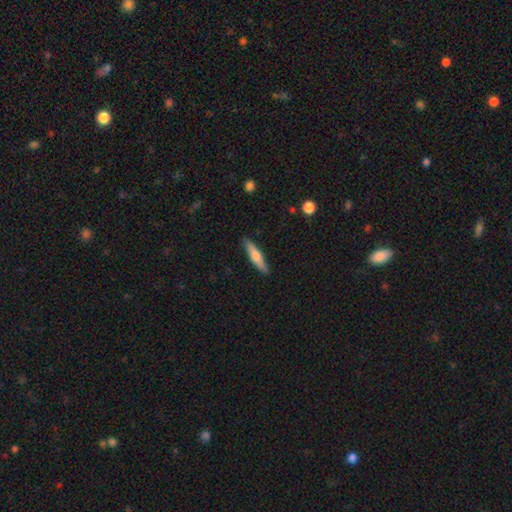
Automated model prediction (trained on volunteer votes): smooth-or-featured: smooth: 57% | featured or disk: 37% | star or artifact: 6%
  how-rounded: cigar-shaped: 84% | in between: 14% | round: 2%
  merging: none: 88% | minor disturbance: 9% | major disturbance: 2% | merger: 1%